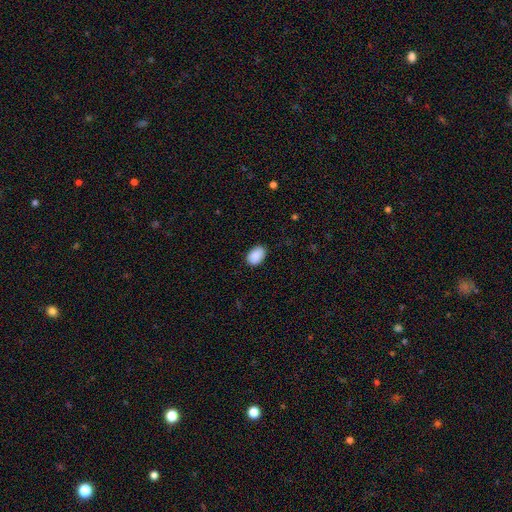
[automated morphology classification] Overall: smooth (90%). How rounded: in between (87%). Merging: none (86%).